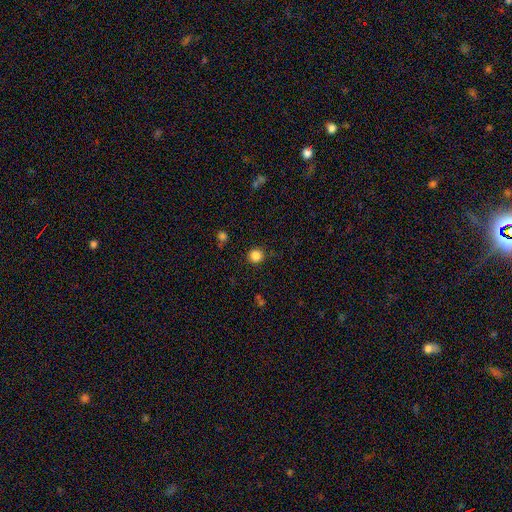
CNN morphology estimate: type=smooth (85%); roundness=round (94%); merging=none (89%).